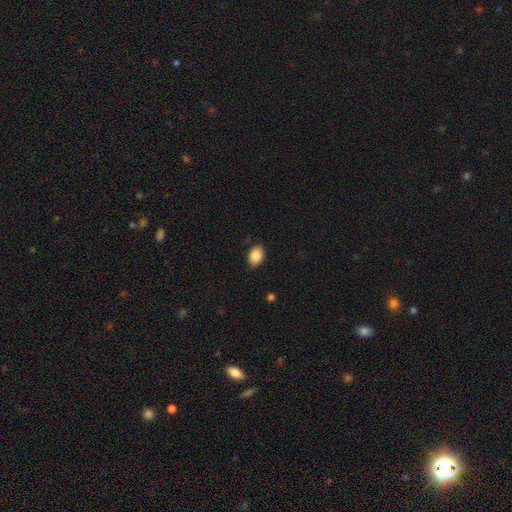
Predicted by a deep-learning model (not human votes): Smooth or featured?
  - smooth: 87% *
  - star or artifact: 8%
  - featured or disk: 5%
How rounded?
  - in between: 82% *
  - round: 17%
  - cigar-shaped: 1%
Merging?
  - none: 85% *
  - minor disturbance: 12%
  - major disturbance: 2%
  - merger: 1%